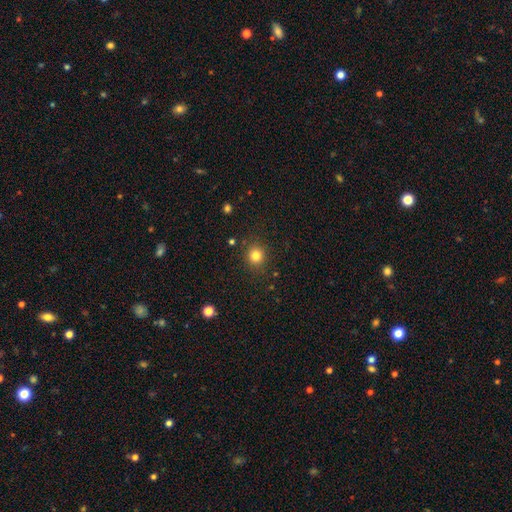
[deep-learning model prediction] This is clearly a smooth galaxy (82%). How rounded: clearly round (88%). Merging: clearly none (87%).